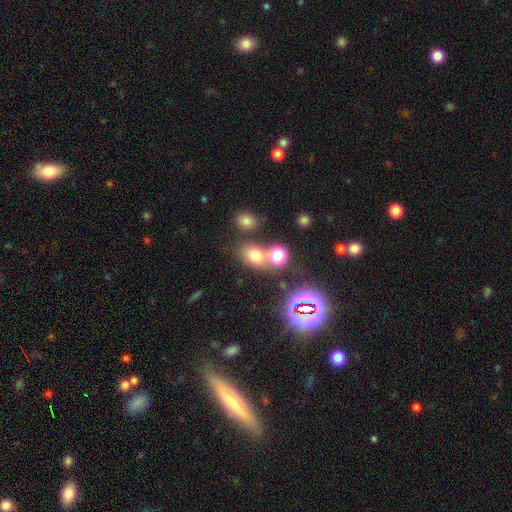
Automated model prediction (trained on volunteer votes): This is likely a smooth galaxy (68%). How rounded: possibly in between (54%). Merging: possibly none (54%).